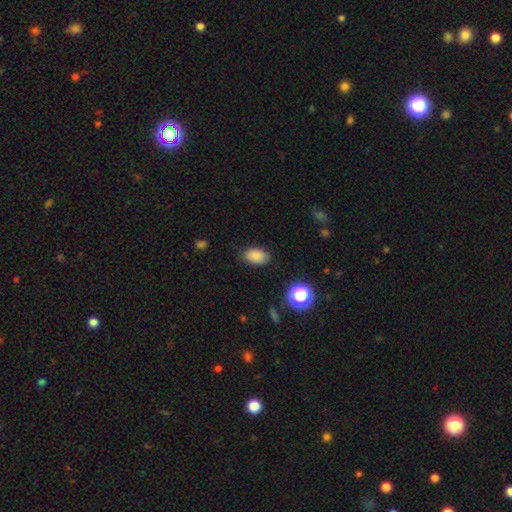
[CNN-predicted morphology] Smooth or featured: smooth — 85% (star or artifact — 11%)
How rounded: in between — 87% (round — 12%)
Merging: none — 83% (minor disturbance — 12%)